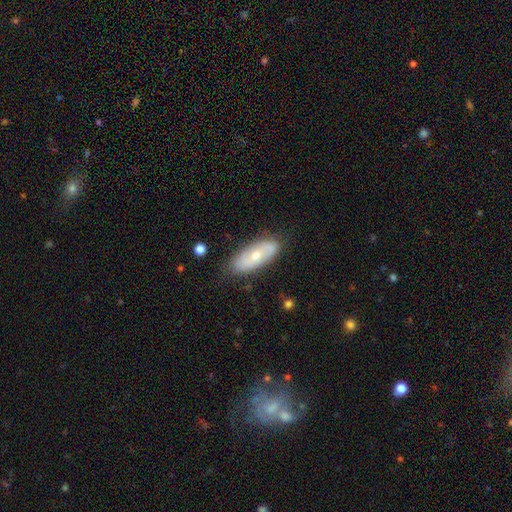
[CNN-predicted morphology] smooth-or-featured: smooth: 50% | featured or disk: 44% | star or artifact: 6%
  merging: none: 79% | minor disturbance: 16% | major disturbance: 4% | merger: 2%